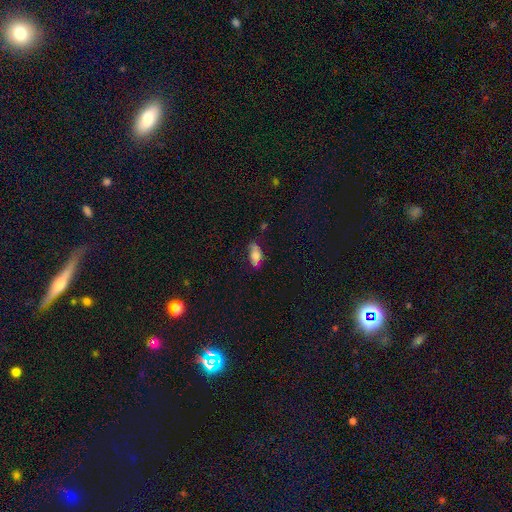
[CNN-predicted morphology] This appears to be a smooth galaxy with no disk features (66%) that is in between round and cigar-shaped (83%). Merging: none (65%).